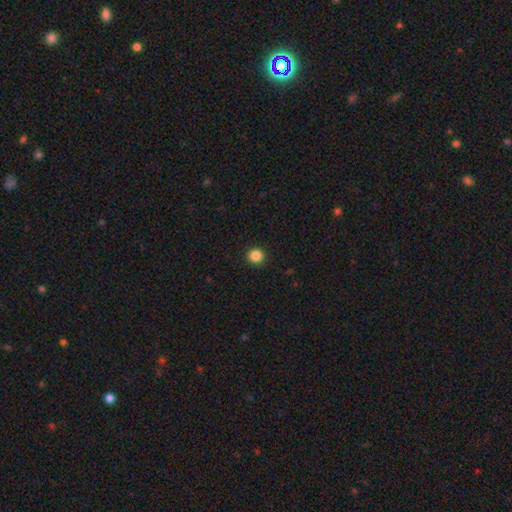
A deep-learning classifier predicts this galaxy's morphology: smooth-or-featured: smooth: 86% | star or artifact: 11% | featured or disk: 3%
  how-rounded: round: 94% | in between: 5% | cigar-shaped: 1%
  merging: none: 93% | minor disturbance: 4% | major disturbance: 2% | merger: 1%